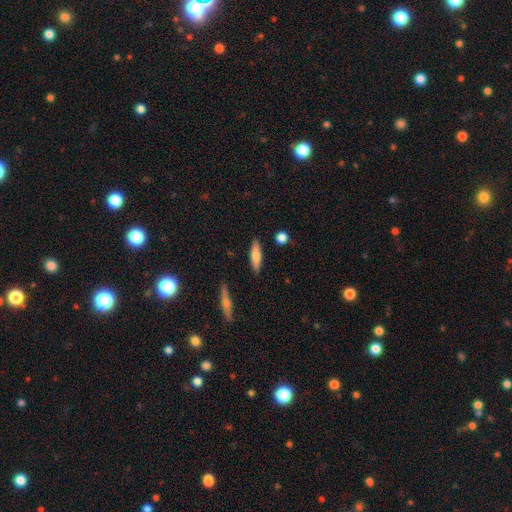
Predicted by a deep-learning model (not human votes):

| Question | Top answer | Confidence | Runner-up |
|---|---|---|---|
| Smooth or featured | smooth | 71% | featured or disk (22%) |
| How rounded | cigar-shaped | 70% | in between (28%) |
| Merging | none | 87% | minor disturbance (9%) |